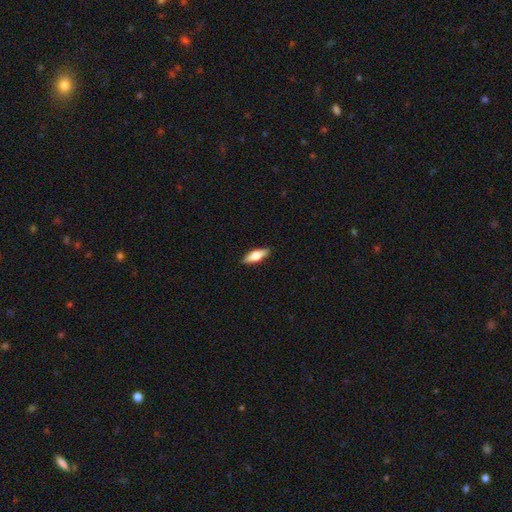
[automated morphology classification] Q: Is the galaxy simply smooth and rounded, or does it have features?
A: smooth — 63%.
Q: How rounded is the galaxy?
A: in between — 53%.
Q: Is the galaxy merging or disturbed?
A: none — 90%.